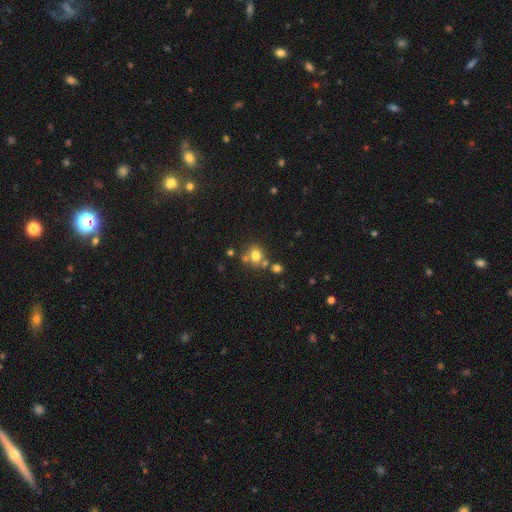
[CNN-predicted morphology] smooth 74%, star or artifact 15%, featured or disk 11%. Down the decision tree: how rounded — round (71%); merging — none (59%).